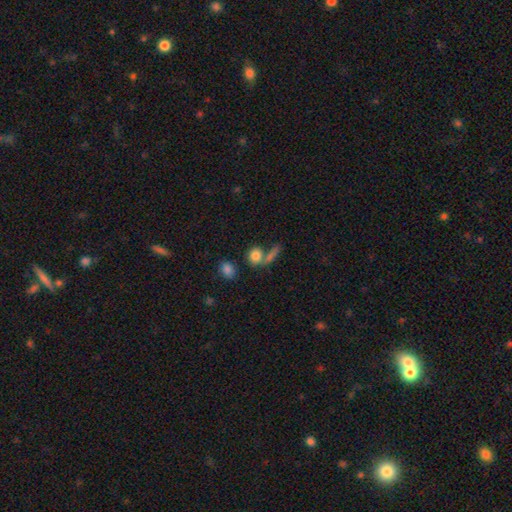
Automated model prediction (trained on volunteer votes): This appears to be a smooth galaxy with no disk features (82%) that is round (63%). Merging: none (50%).